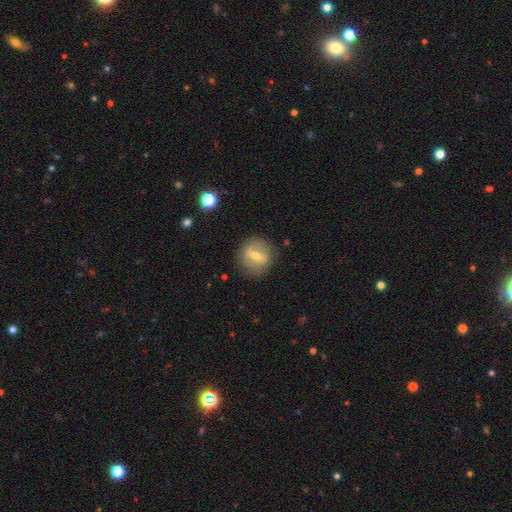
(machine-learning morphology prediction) Smooth or featured?
  - featured or disk: 55% *
  - smooth: 37%
  - star or artifact: 8%
Edge-on disk?
  - no: 86% *
  - yes: 14%
Merging?
  - none: 83% *
  - minor disturbance: 12%
  - major disturbance: 5%
  - merger: 1%